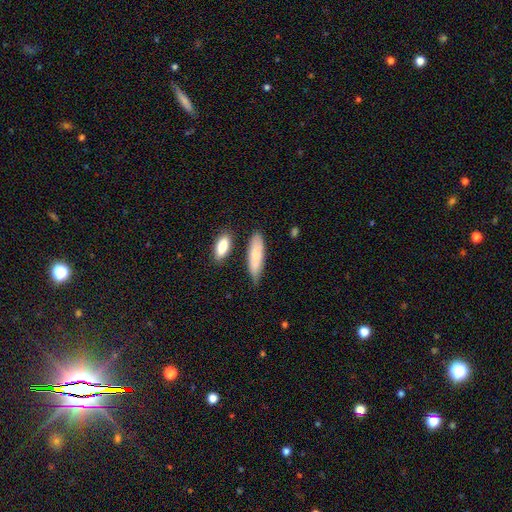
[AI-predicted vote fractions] This is likely a smooth galaxy (77%). How rounded: possibly cigar-shaped (56%). Merging: likely none (74%).